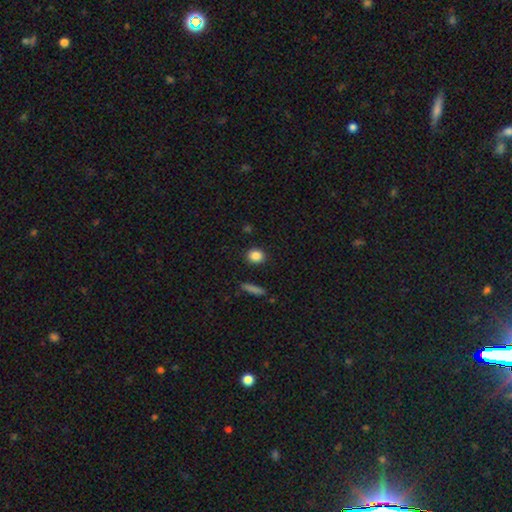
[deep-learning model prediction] smooth_or_featured: smooth (p=0.86) [alt: star or artifact p=0.09]
how_rounded: round (p=0.73) [alt: in between p=0.25]
merging: none (p=0.90) [alt: minor disturbance p=0.06]